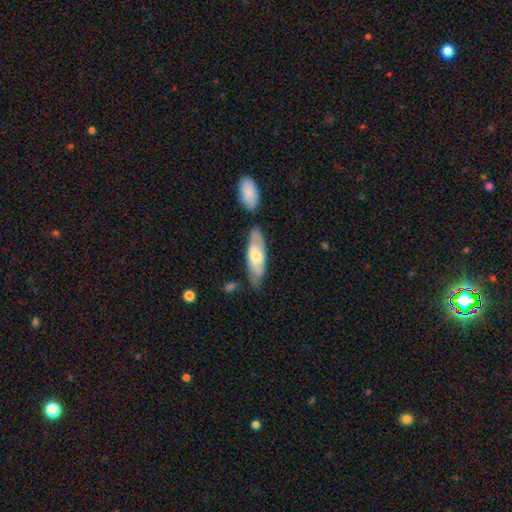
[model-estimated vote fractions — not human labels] featured or disk 49%, smooth 46%, star or artifact 5%. Down the decision tree: merging — none (68%).